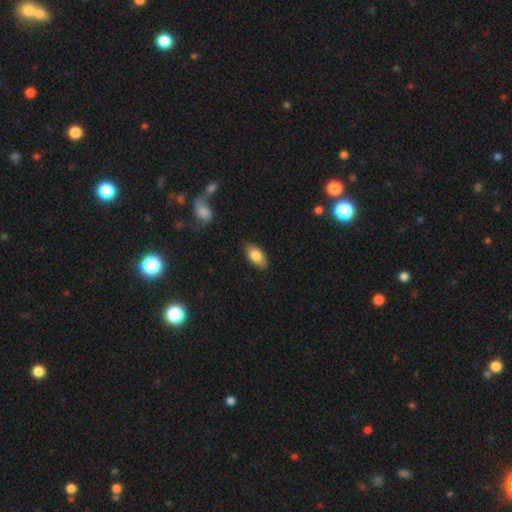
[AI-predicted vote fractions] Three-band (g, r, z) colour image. It shows a smooth galaxy with no disk features (79%) that is in between round and cigar-shaped (90%). Merging: none (84%).